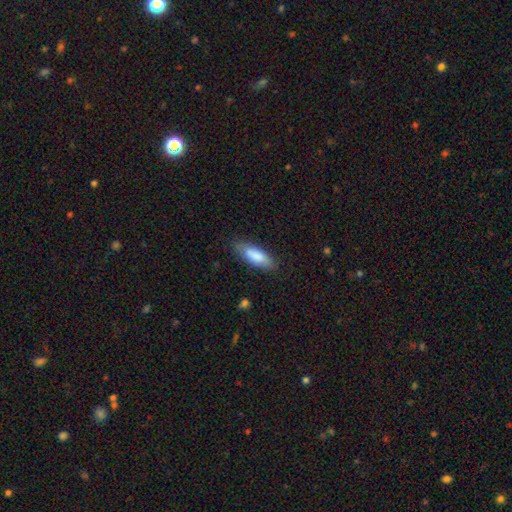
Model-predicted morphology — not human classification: smooth 83%, featured or disk 11%, star or artifact 6%. Down the decision tree: how rounded — in between (64%); merging — none (78%).